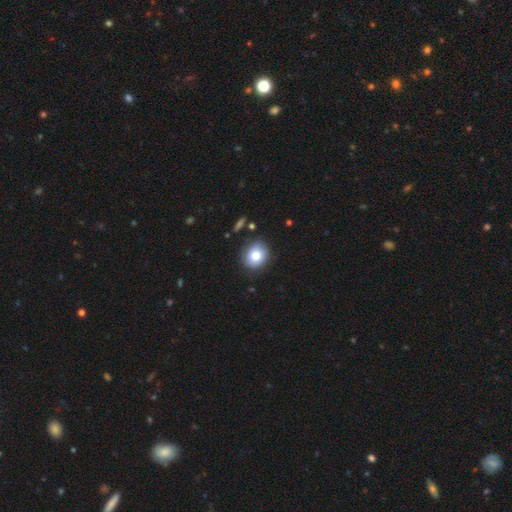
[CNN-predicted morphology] A smooth galaxy with no disk features (80%) that is round (66%). Merging: none (81%).